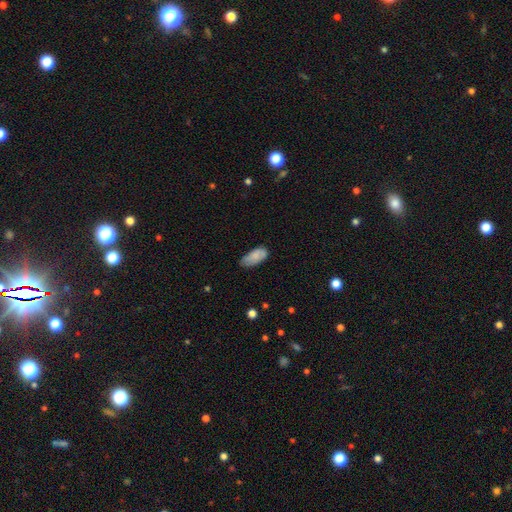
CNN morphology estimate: This is clearly a smooth galaxy (82%). How rounded: clearly in between (88%). Merging: likely none (62%).